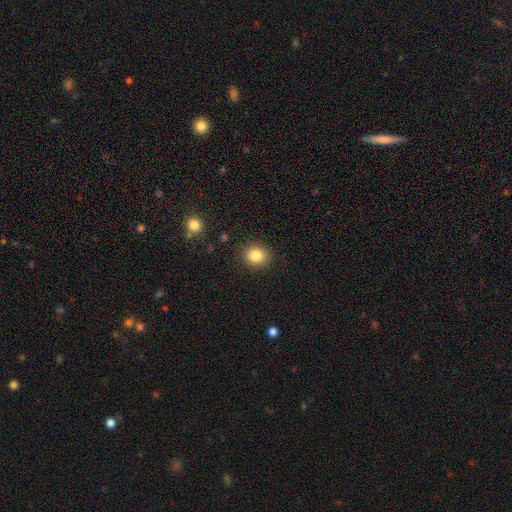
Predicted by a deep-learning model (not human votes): Morphology: type=smooth (85%); roundness=round (68%); merging=none (88%).